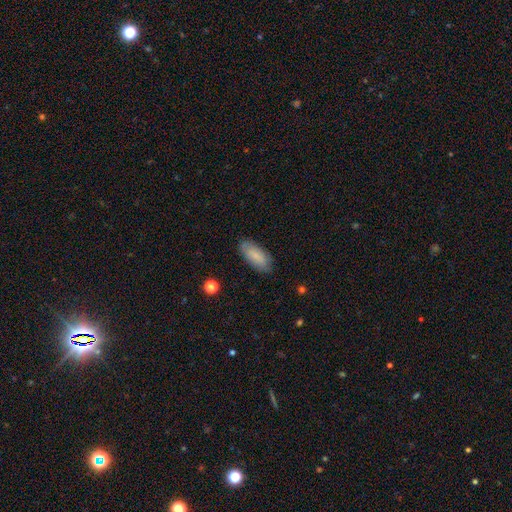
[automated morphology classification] Smooth or featured?
  - smooth: 78% *
  - featured or disk: 15%
  - star or artifact: 7%
How rounded?
  - in between: 84% *
  - cigar-shaped: 14%
  - round: 2%
Merging?
  - none: 82% *
  - minor disturbance: 14%
  - major disturbance: 3%
  - merger: 1%